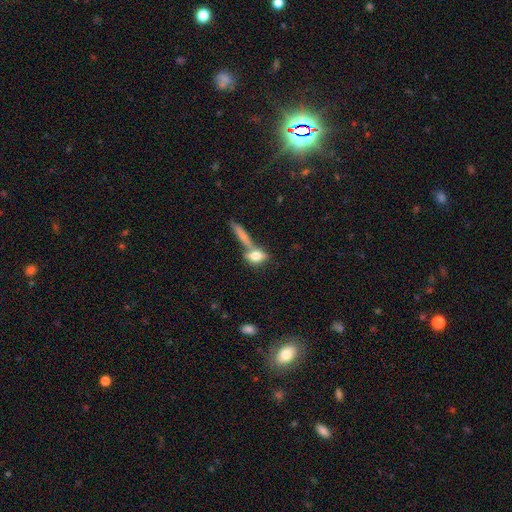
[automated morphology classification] smooth 68%, featured or disk 23%, star or artifact 9%. Down the decision tree: how rounded — in between (58%); merging — none (42%).